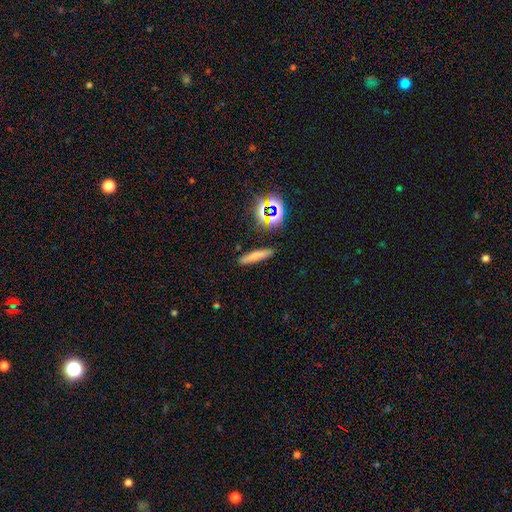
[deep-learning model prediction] This is likely a smooth galaxy (70%). How rounded: clearly cigar-shaped (86%). Merging: clearly none (86%).